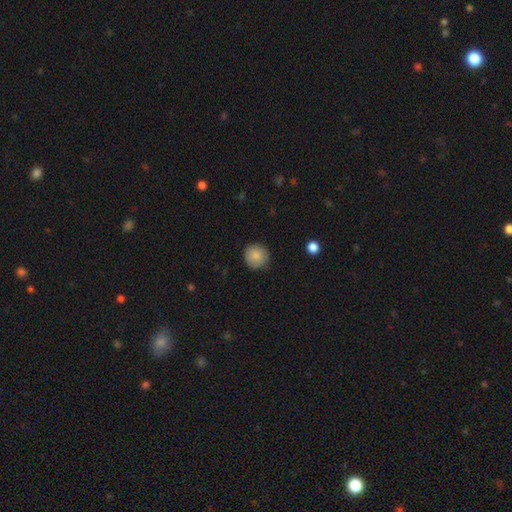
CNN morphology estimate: Smooth or featured: smooth — 87% (star or artifact — 8%)
How rounded: round — 93% (in between — 6%)
Merging: none — 88% (minor disturbance — 9%)